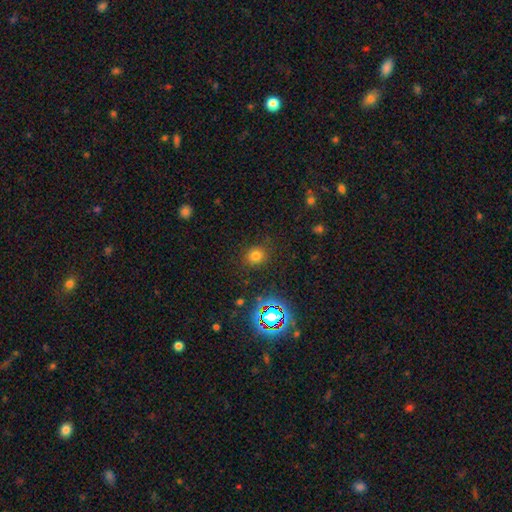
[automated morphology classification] Smooth or featured? smooth (72%)
How rounded? round (81%)
Merging? none (85%)